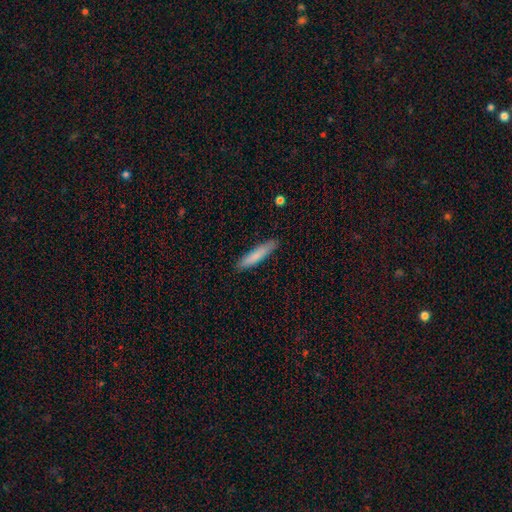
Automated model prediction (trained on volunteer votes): The model was most divided on "smooth or featured": smooth: 81%, featured or disk: 14%, star or artifact: 6%. More confident: how rounded — cigar-shaped (89%); merging — none (88%).